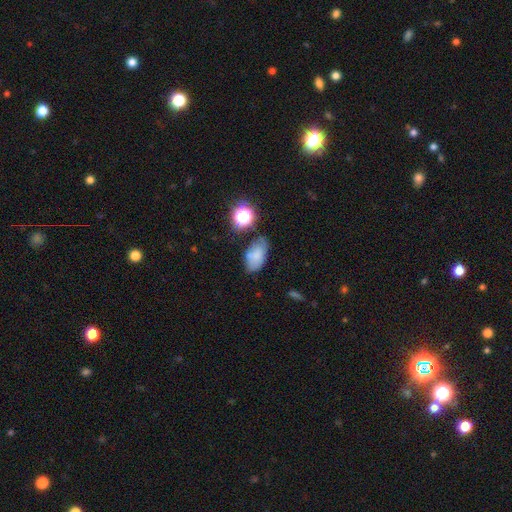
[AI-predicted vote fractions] smooth_or_featured: smooth (p=0.70) [alt: featured or disk p=0.17]
how_rounded: in between (p=0.90) [alt: round p=0.08]
merging: none (p=0.59) [alt: minor disturbance p=0.23]